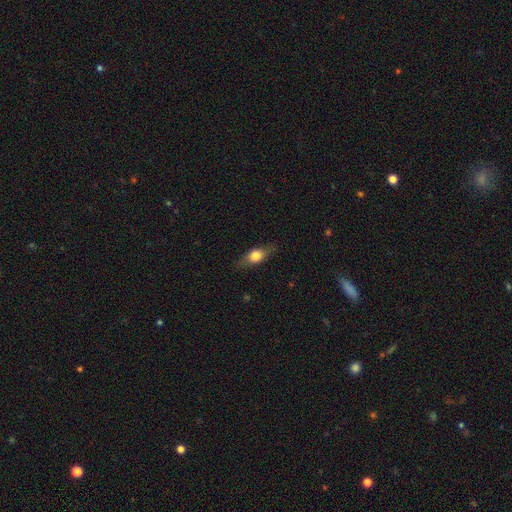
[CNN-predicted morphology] This is likely a smooth galaxy (62%). How rounded: likely in between (67%). Merging: likely none (78%).